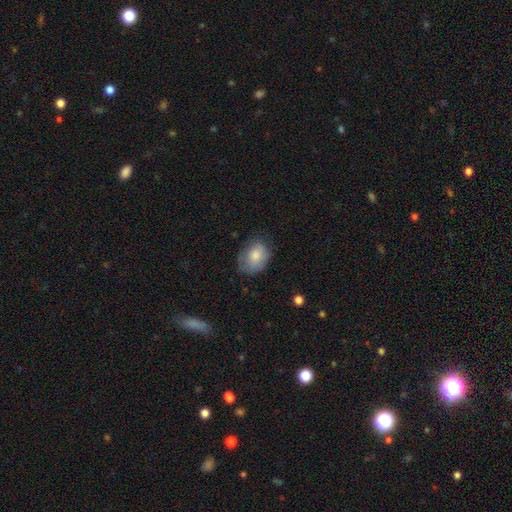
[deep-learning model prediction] smooth 78%, featured or disk 15%, star or artifact 7%. Down the decision tree: how rounded — in between (69%); merging — none (60%).